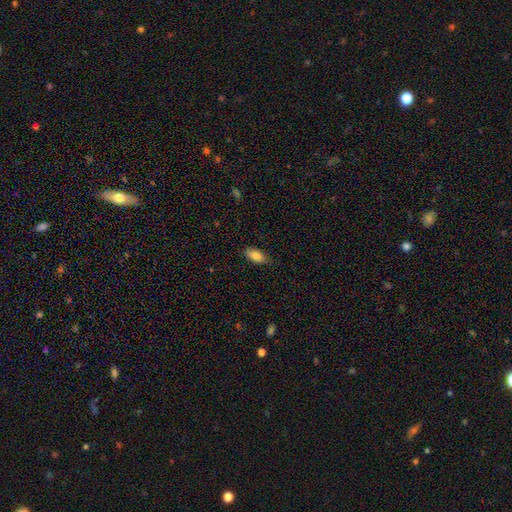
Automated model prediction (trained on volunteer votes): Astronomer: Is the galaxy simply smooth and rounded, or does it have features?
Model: smooth — 83%.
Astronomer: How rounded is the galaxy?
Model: in between — 88%.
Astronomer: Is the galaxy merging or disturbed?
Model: none — 83%.